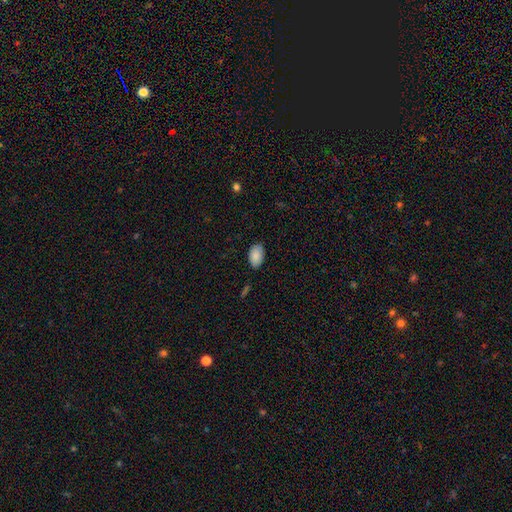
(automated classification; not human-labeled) Smooth or featured?
  - smooth: 89% *
  - star or artifact: 7%
  - featured or disk: 5%
How rounded?
  - in between: 93% *
  - round: 6%
  - cigar-shaped: 1%
Merging?
  - none: 84% *
  - minor disturbance: 13%
  - major disturbance: 2%
  - merger: 1%